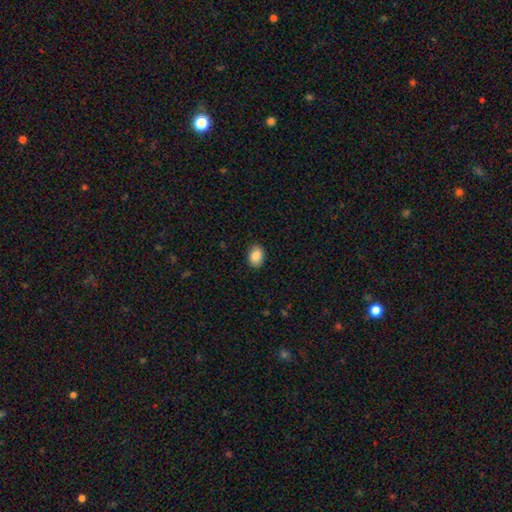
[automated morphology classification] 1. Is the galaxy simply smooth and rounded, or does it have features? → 87% smooth, 8% star or artifact, 5% featured or disk.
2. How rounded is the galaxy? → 72% in between, 27% round, 1% cigar-shaped.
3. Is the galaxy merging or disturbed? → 87% none, 10% minor disturbance, 2% major disturbance, 1% merger.